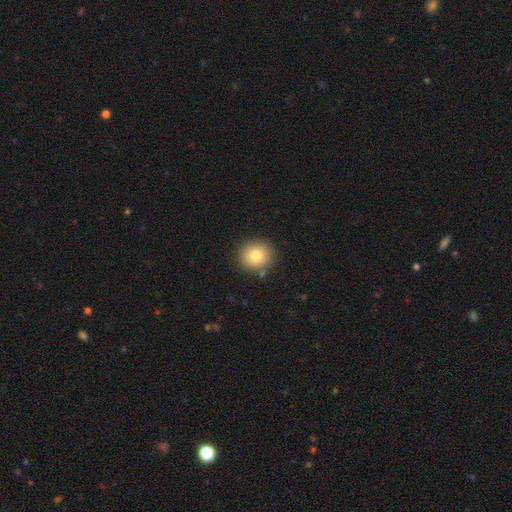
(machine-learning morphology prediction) type=smooth (81%); roundness=round (85%); merging=none (86%).